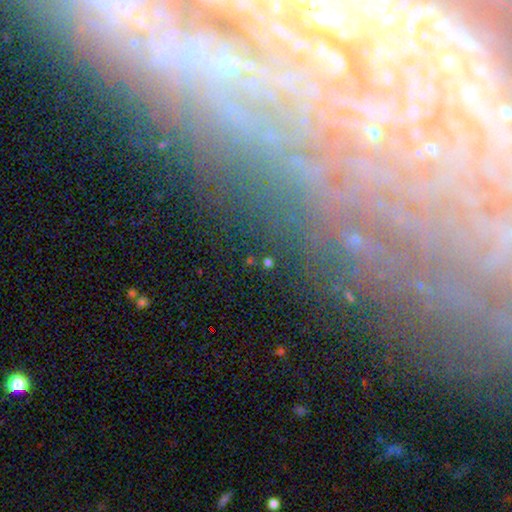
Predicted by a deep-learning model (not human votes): Smooth or featured? featured or disk (58%)
Edge-on disk? no (85%)
Merging? none (79%)